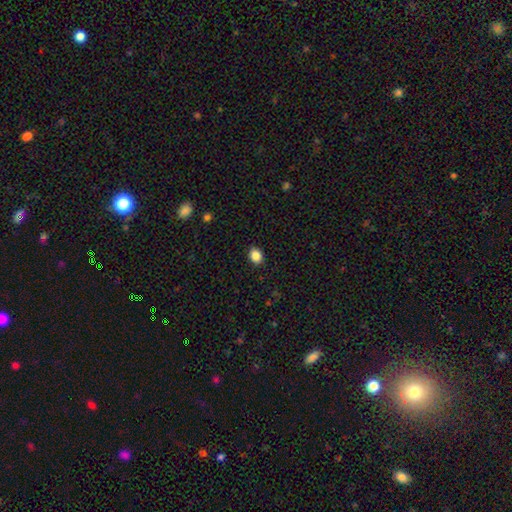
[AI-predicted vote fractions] Smooth or featured? Predicted: smooth (p=0.87). How rounded? Predicted: in between (p=0.54). Merging? Predicted: none (p=0.90).